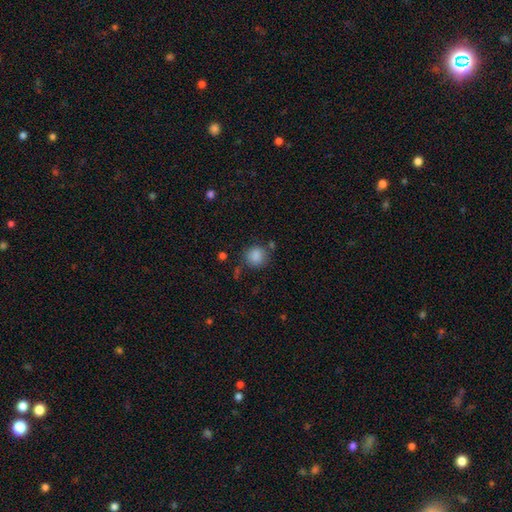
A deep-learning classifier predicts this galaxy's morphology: smooth 86%, star or artifact 10%, featured or disk 4%. Down the decision tree: how rounded — round (84%); merging — none (74%).